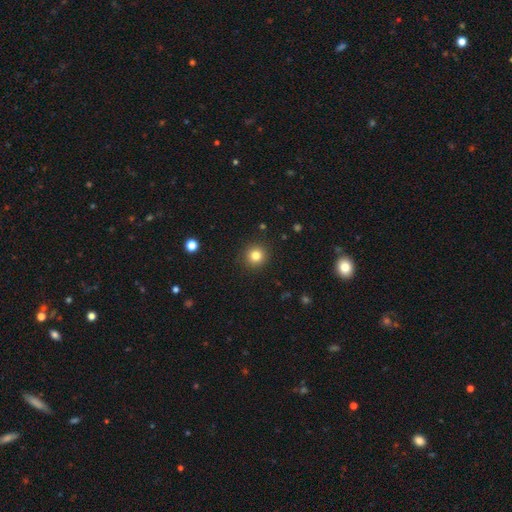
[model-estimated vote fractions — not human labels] A smooth galaxy with no disk features (82%) that is round (94%). Merging: none (91%).